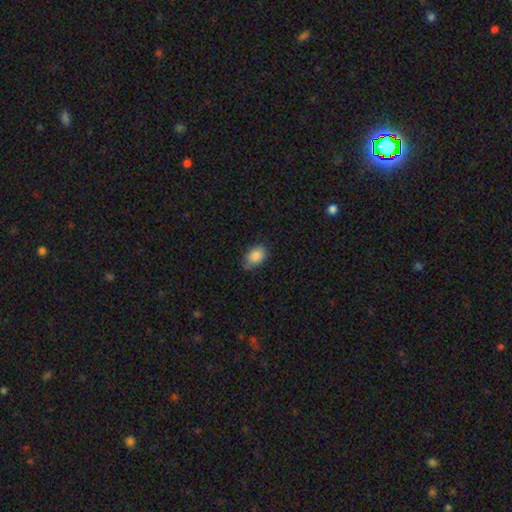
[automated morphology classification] Overall: smooth (86%). How rounded: in between (82%). Merging: none (64%; minor disturbance 30%).